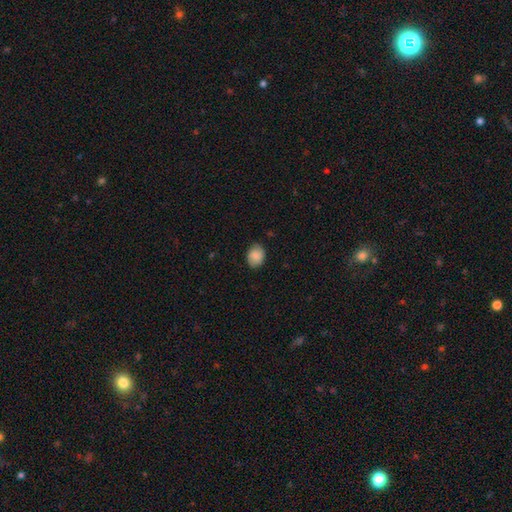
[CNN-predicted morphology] This appears to be a smooth galaxy with no disk features (85%) that is in between round and cigar-shaped (61%). Merging: none (81%).